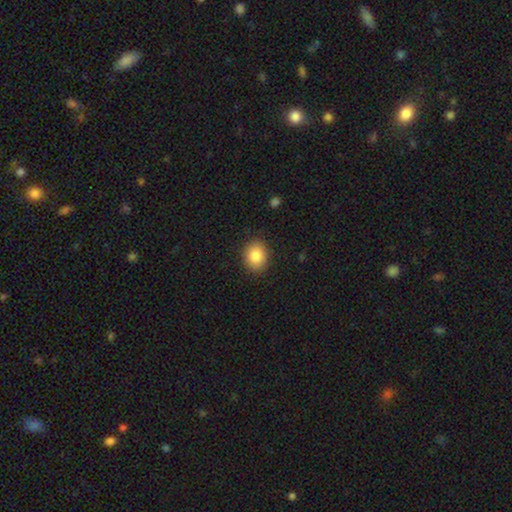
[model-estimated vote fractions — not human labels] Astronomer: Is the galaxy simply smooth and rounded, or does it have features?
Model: smooth — 86%.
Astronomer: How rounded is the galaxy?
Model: round — 53% (runner-up: in between, 46%).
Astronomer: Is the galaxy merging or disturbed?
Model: none — 88%.